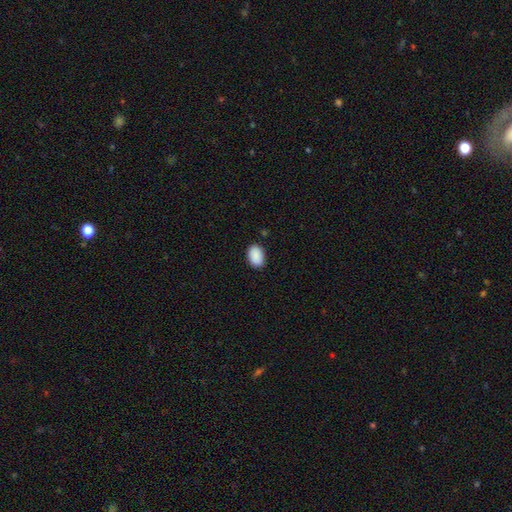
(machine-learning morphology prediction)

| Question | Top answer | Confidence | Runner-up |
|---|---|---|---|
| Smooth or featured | smooth | 91% | star or artifact (7%) |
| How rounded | in between | 84% | round (15%) |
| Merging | none | 87% | minor disturbance (10%) |